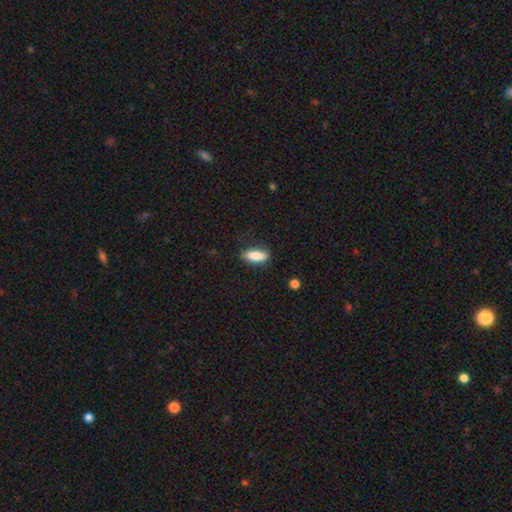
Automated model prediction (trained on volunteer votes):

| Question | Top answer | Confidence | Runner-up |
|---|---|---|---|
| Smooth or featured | smooth | 83% | featured or disk (10%) |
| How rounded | in between | 67% | cigar-shaped (30%) |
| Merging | none | 77% | minor disturbance (17%) |